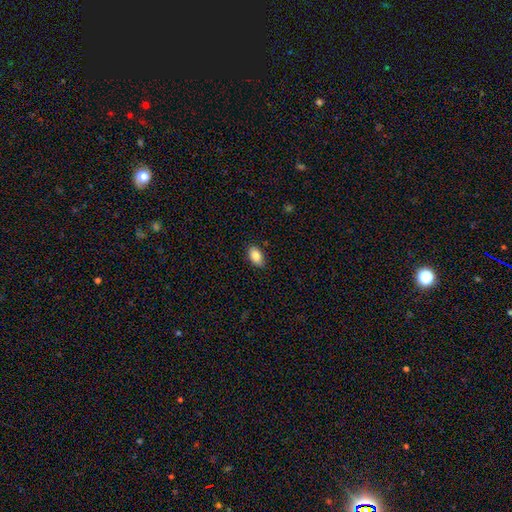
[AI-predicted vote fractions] Smooth or featured? smooth (85%)
How rounded? in between (92%)
Merging? none (85%)